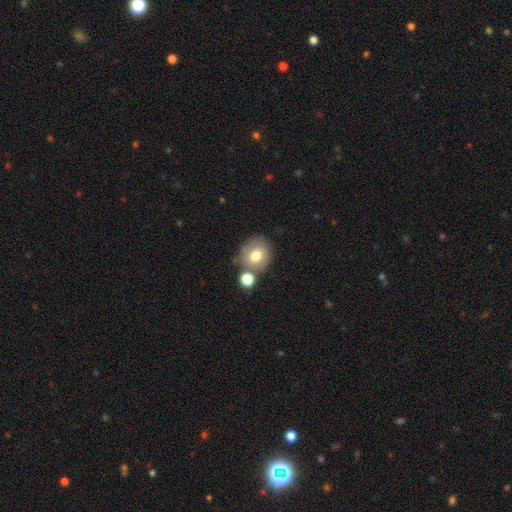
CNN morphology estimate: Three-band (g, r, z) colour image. It shows a smooth galaxy with no disk features (74%) that is round (75%). Merging: none (64%).